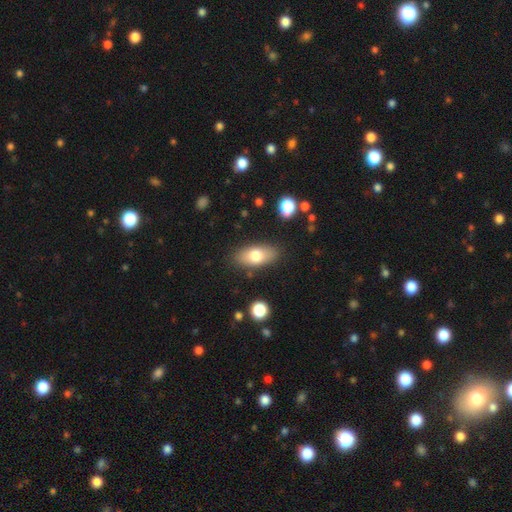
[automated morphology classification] This appears to be a smooth galaxy with no disk features (73%) that is in between round and cigar-shaped (87%). Merging: none (84%).